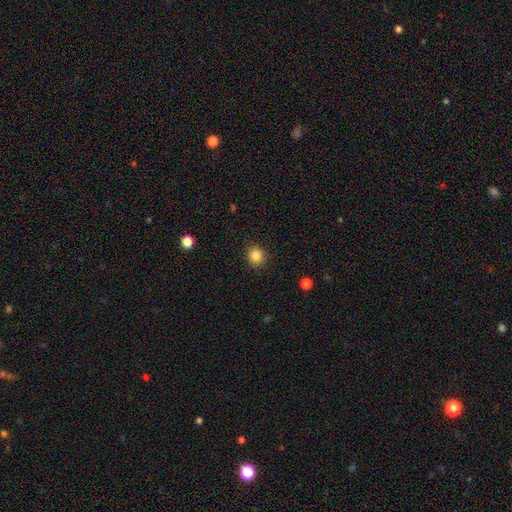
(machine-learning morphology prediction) type=smooth (85%); roundness=round (86%); merging=none (90%).